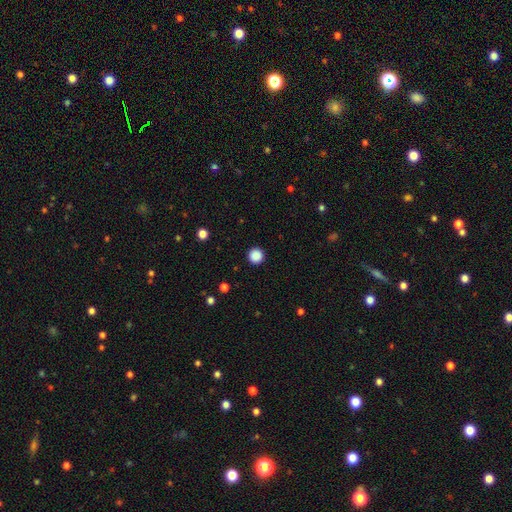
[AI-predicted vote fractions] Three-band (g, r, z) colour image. It shows a smooth galaxy with no disk features (88%) that is round (96%). Merging: none (93%).